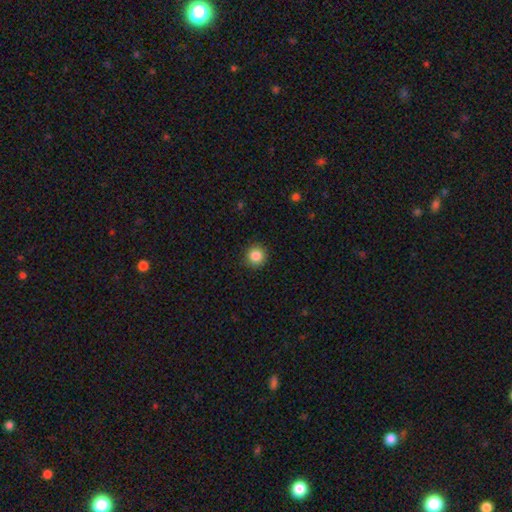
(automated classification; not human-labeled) Smooth or featured? smooth (86%)
How rounded? round (94%)
Merging? none (91%)